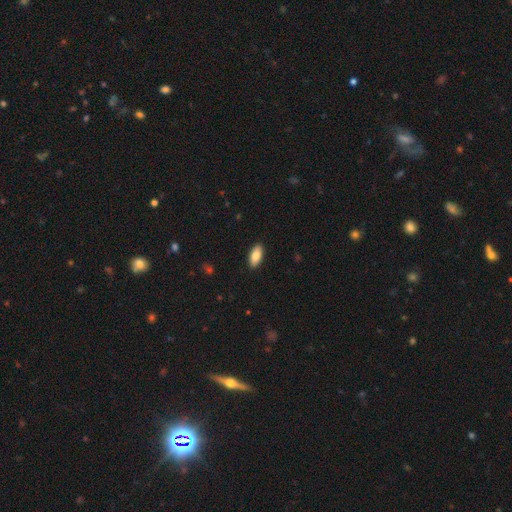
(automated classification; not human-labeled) This is clearly a smooth galaxy (85%). How rounded: clearly in between (90%). Merging: clearly none (90%).